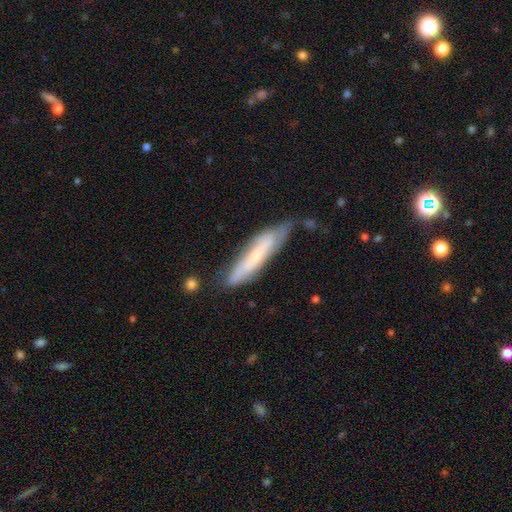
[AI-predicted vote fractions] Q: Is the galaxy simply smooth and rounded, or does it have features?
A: featured or disk — 51%.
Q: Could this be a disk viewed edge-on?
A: yes — 56%.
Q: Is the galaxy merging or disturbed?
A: none — 60%.